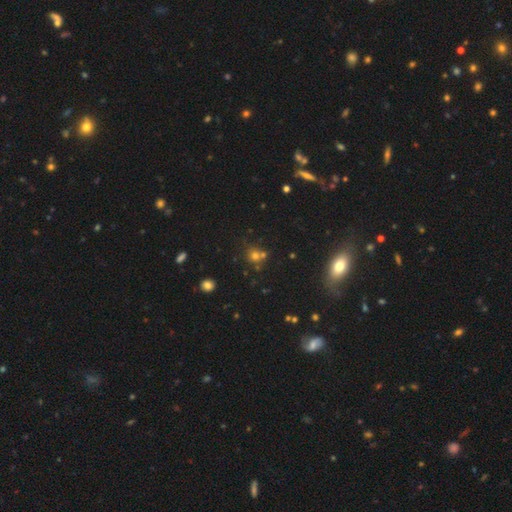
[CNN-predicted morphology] Smooth or featured? Predicted: smooth (p=0.64). How rounded? Predicted: round (p=0.86). Merging? Predicted: none (p=0.56).